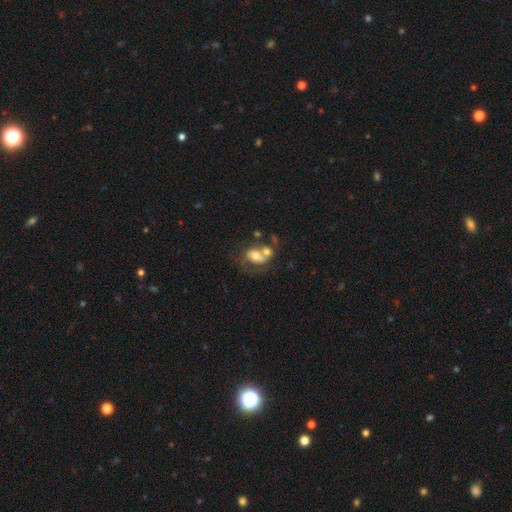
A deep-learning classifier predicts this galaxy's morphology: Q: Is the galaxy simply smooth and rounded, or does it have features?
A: smooth — 50%.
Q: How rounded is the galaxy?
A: in between — 69%.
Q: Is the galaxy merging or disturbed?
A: merger — 60%.